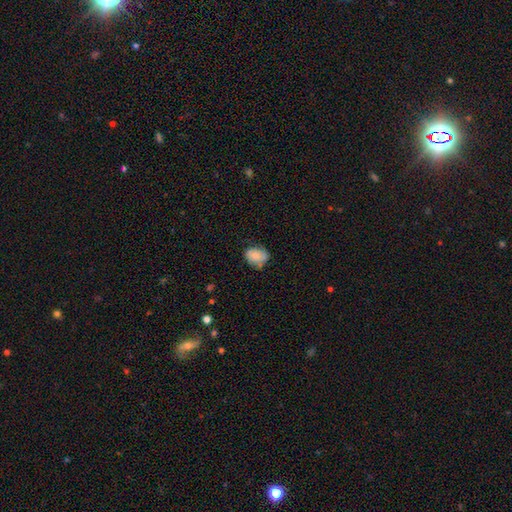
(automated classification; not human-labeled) A smooth galaxy with no disk features (80%) that is in between round and cigar-shaped (65%).

Vote fractions:
- Smooth or featured? smooth: 80% / featured or disk: 13% / star or artifact: 8%
- How rounded? in between: 65% / round: 34% / cigar-shaped: 1%
- Merging? none: 60% / minor disturbance: 30% / major disturbance: 7% / merger: 4%